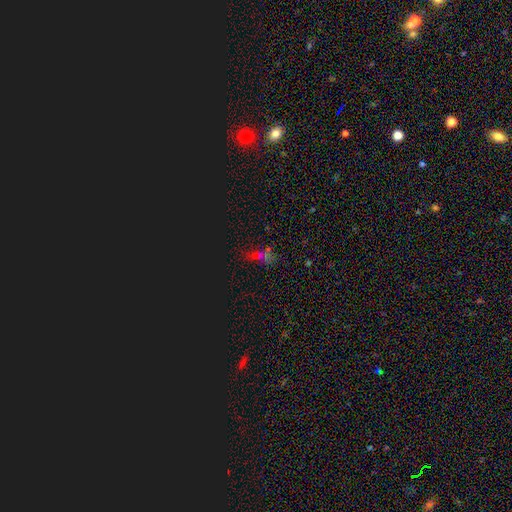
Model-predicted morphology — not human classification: A star or artifact, not a galaxy (61%).

Vote fractions:
- Smooth or featured? star or artifact: 61% / smooth: 29% / featured or disk: 10%